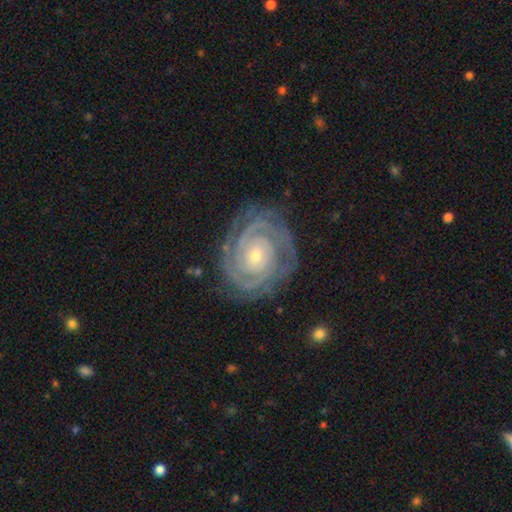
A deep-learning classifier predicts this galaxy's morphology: smooth_or_featured: featured or disk (p=0.91) [alt: smooth p=0.05]
disk_edge_on: no (p=0.97) [alt: yes p=0.03]
bar: no (p=0.72) [alt: weak p=0.20]
has_spiral_arms: yes (p=0.98) [alt: no p=0.02]
spiral_winding: tight (p=0.83) [alt: medium p=0.14]
spiral_arm_count: 2 (p=0.40) [alt: 3 p=0.23]
bulge_size: small (p=0.68) [alt: moderate p=0.28]
merging: none (p=0.79) [alt: minor disturbance p=0.14]